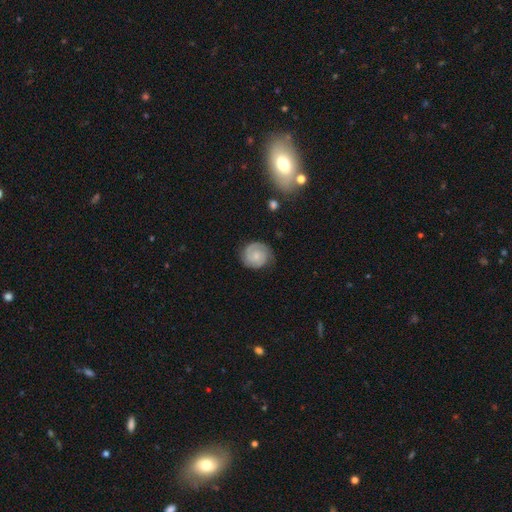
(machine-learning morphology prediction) This appears to be a featured or disk galaxy (76%) with no bar (67%), 2 (77%) tight (65%) spiral arms (96%) and a small central bulge (59%). Merging: none (80%).